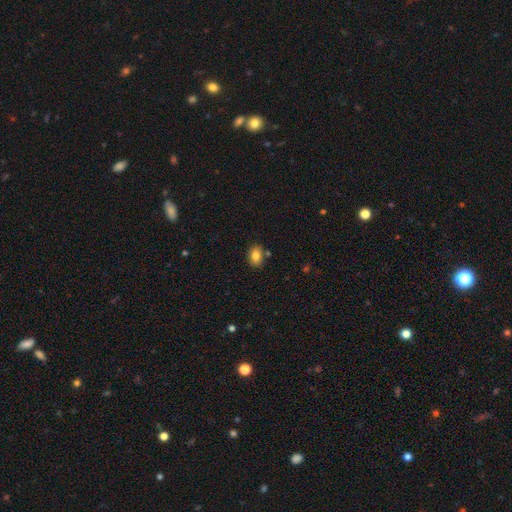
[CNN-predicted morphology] Smooth or featured? Predicted: smooth (p=0.83). How rounded? Predicted: in between (p=0.77). Merging? Predicted: none (p=0.80).